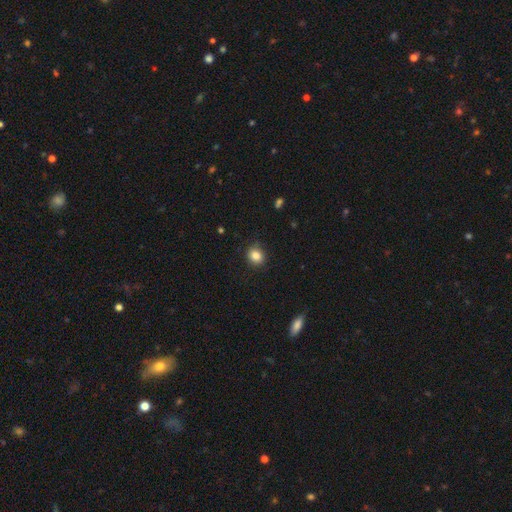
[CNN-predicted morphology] smooth-or-featured: smooth: 84% | star or artifact: 10% | featured or disk: 6%
  how-rounded: round: 75% | in between: 24% | cigar-shaped: 1%
  merging: none: 84% | minor disturbance: 13% | major disturbance: 3% | merger: 1%